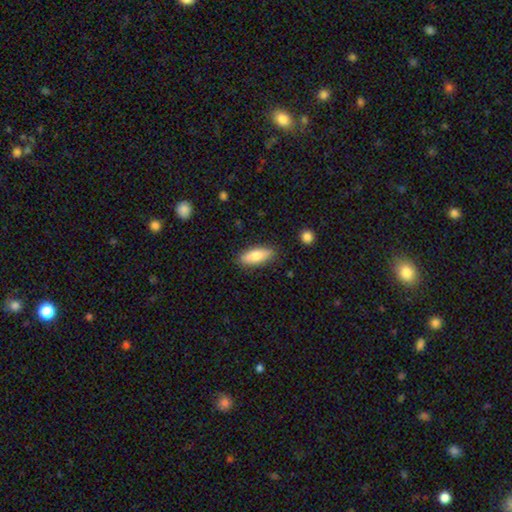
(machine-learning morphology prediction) Q: Smooth or featured?
A: smooth (74%); runner-up: featured or disk (20%)
Q: How rounded?
A: in between (68%); runner-up: cigar-shaped (29%)
Q: Merging?
A: none (86%); runner-up: minor disturbance (10%)